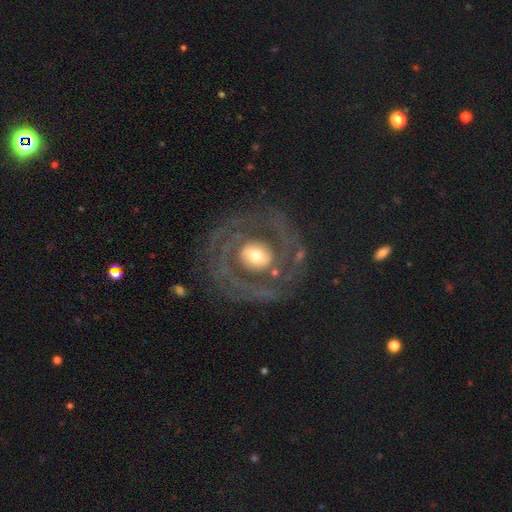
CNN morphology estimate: The model was most divided on "bar": no: 43%, weak: 38%, strong: 19%. Remaining: edge-on disk — no (97%); spiral arms — yes (89%); smooth or featured — featured or disk (85%); merging — none (75%); spiral winding — tight (60%); bulge size — moderate (59%); spiral arm count — 2 (47%).